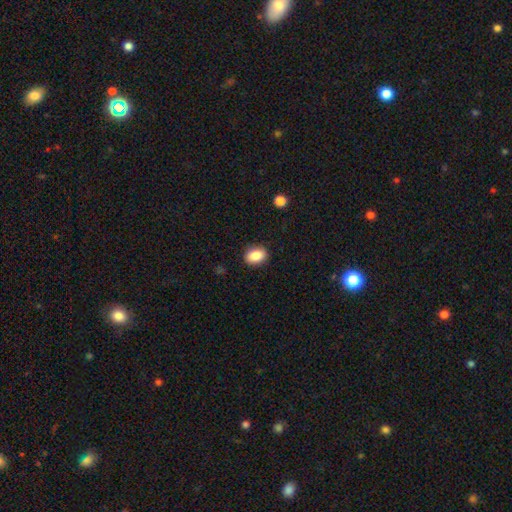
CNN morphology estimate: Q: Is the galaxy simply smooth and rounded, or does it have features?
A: smooth — 87%.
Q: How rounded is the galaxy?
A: in between — 73%.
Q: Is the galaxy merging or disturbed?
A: none — 89%.